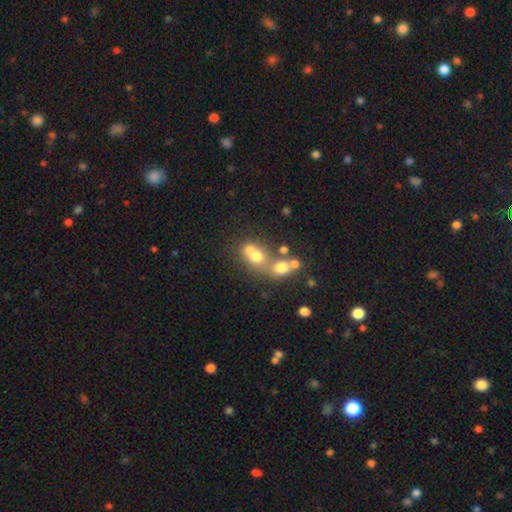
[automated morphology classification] Smooth or featured: smooth — 61% (featured or disk — 23%)
How rounded: round — 66% (in between — 32%)
Merging: merger — 59% (none — 29%)